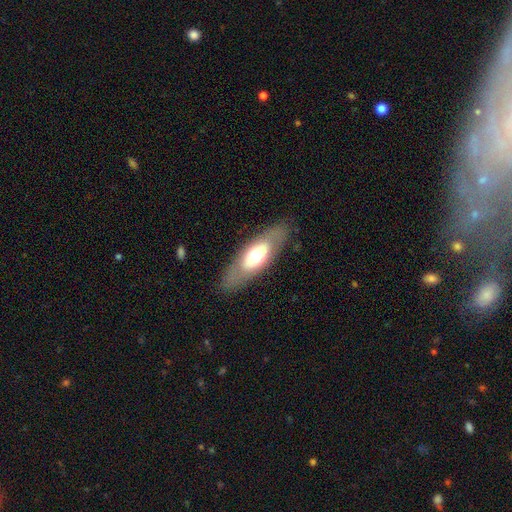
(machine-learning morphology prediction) smooth-or-featured: smooth: 51% | featured or disk: 43% | star or artifact: 6%
  how-rounded: in between: 73% | cigar-shaped: 24% | round: 3%
  merging: none: 82% | minor disturbance: 12% | major disturbance: 5% | merger: 1%